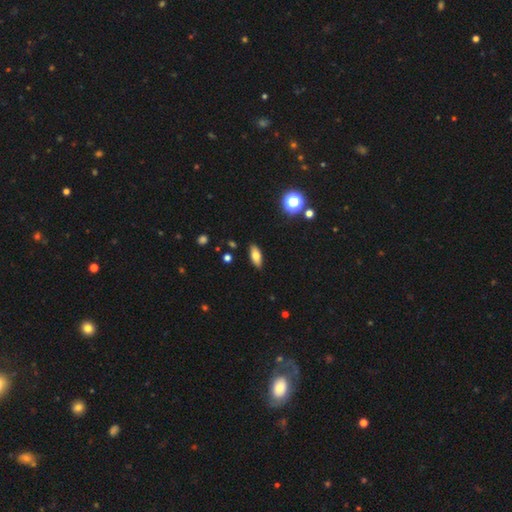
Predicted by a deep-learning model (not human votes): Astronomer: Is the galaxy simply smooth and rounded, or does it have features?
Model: smooth — 73%.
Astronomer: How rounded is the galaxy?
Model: in between — 78%.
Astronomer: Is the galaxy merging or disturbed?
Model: none — 88%.